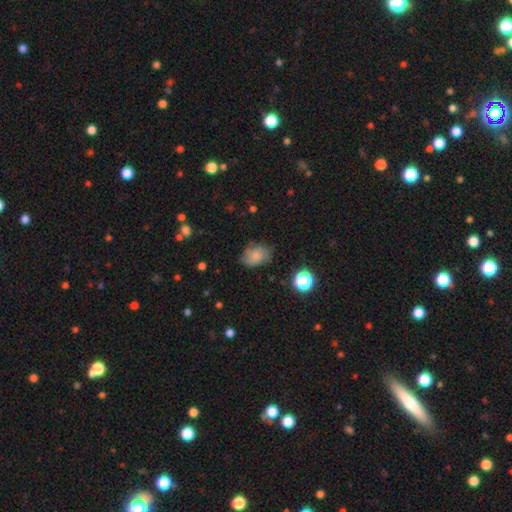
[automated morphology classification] type=smooth (79%); roundness=in between (74%); merging=none (71%).